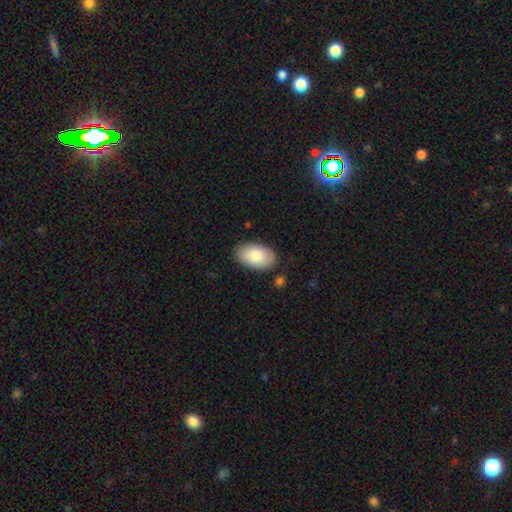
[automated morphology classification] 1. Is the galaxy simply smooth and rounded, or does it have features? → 85% smooth, 10% featured or disk, 6% star or artifact.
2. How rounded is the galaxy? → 94% in between, 4% round, 1% cigar-shaped.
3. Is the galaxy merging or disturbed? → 85% none, 11% minor disturbance, 2% major disturbance, 2% merger.